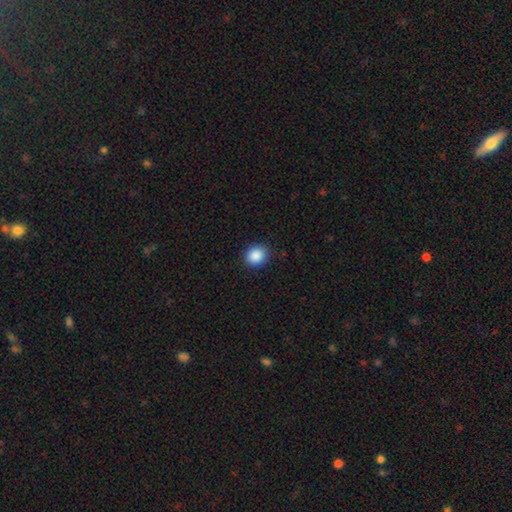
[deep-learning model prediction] Morphology: type=smooth (88%); roundness=round (75%); merging=none (89%).